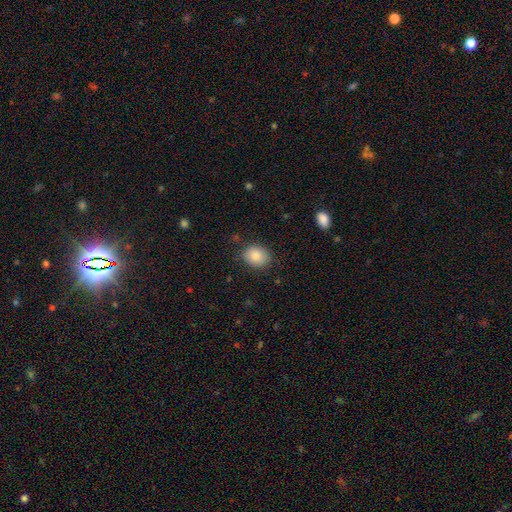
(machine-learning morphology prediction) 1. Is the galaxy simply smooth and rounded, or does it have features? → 85% smooth, 8% star or artifact, 7% featured or disk.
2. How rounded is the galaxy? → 57% round, 42% in between, 1% cigar-shaped.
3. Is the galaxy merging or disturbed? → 82% none, 13% minor disturbance, 3% major disturbance, 1% merger.